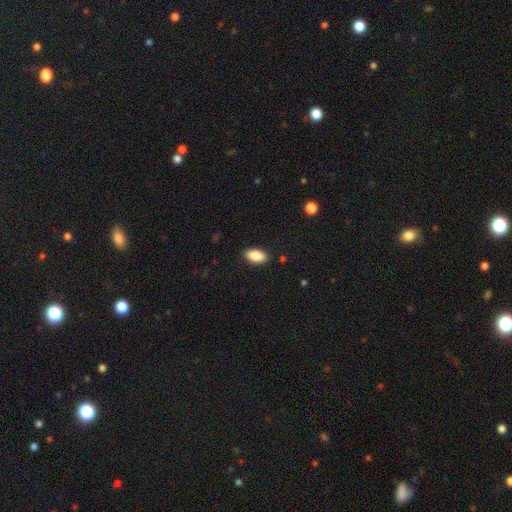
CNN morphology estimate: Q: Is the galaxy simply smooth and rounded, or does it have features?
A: smooth — 87%.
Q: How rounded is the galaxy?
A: in between — 92%.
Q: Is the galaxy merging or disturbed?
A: none — 89%.